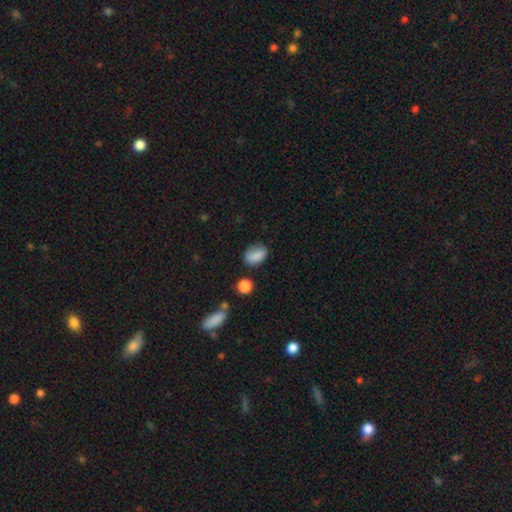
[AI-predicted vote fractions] Smooth or featured? Predicted: smooth (p=0.83). How rounded? Predicted: in between (p=0.76). Merging? Predicted: none (p=0.68).